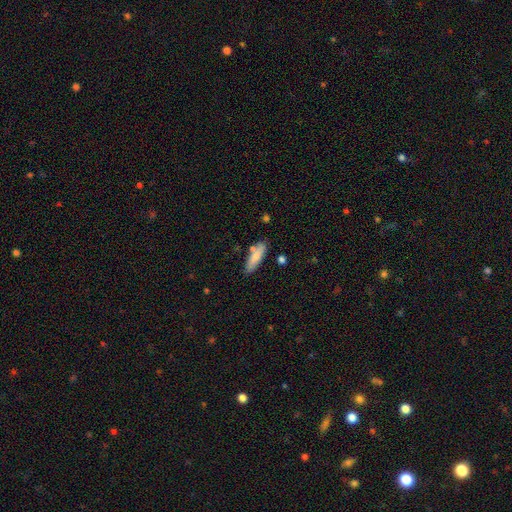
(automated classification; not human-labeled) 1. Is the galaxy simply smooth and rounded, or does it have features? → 76% smooth, 18% featured or disk, 6% star or artifact.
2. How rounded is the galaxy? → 55% cigar-shaped, 43% in between, 2% round.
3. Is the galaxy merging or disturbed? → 73% none, 16% minor disturbance, 8% merger, 3% major disturbance.